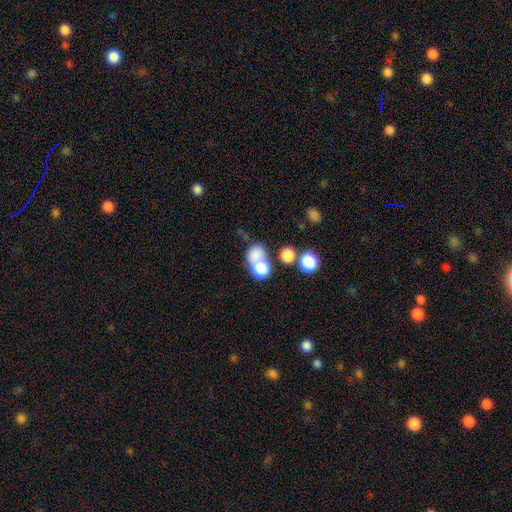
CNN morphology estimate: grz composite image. It shows a smooth galaxy with no disk features (74%) that is round (56%). Merging: merger (51%).